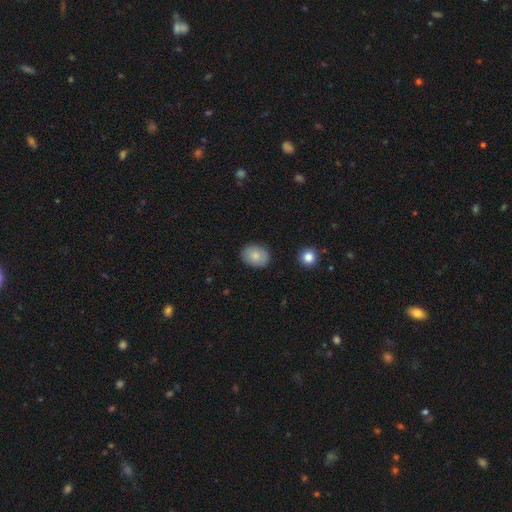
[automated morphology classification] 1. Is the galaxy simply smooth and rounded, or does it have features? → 82% smooth, 11% featured or disk, 7% star or artifact.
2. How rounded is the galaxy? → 62% in between, 38% round, 1% cigar-shaped.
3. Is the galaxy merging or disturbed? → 86% none, 10% minor disturbance, 2% major disturbance, 1% merger.